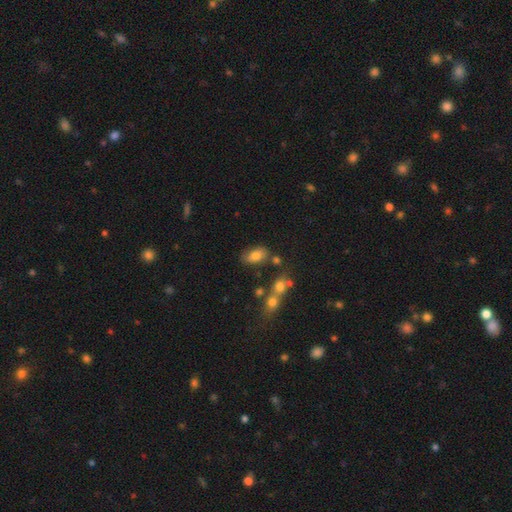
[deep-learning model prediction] smooth-or-featured: smooth: 77% | featured or disk: 13% | star or artifact: 10%
  how-rounded: in between: 89% | round: 8% | cigar-shaped: 3%
  merging: none: 64% | minor disturbance: 19% | merger: 10% | major disturbance: 6%